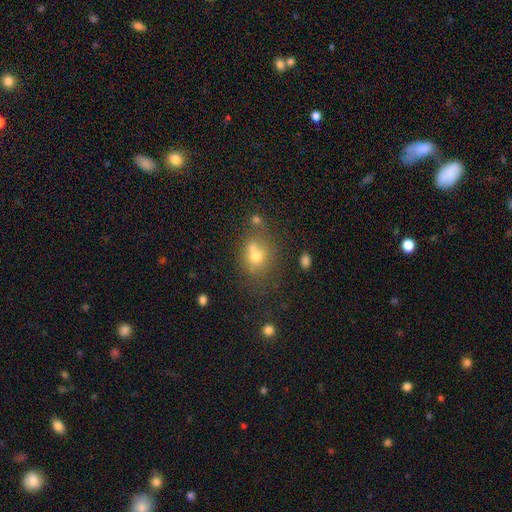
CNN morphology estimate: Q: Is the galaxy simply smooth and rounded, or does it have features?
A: smooth — 65%.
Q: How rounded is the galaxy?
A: round — 61%.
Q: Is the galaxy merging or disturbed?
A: none — 45%.